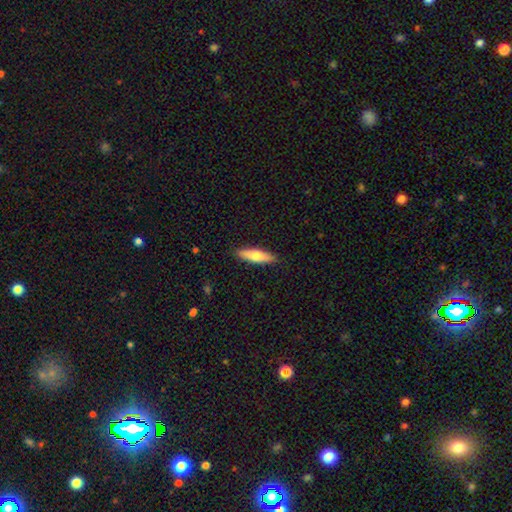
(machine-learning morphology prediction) This is likely a smooth galaxy (72%). How rounded: likely cigar-shaped (68%). Merging: clearly none (89%).